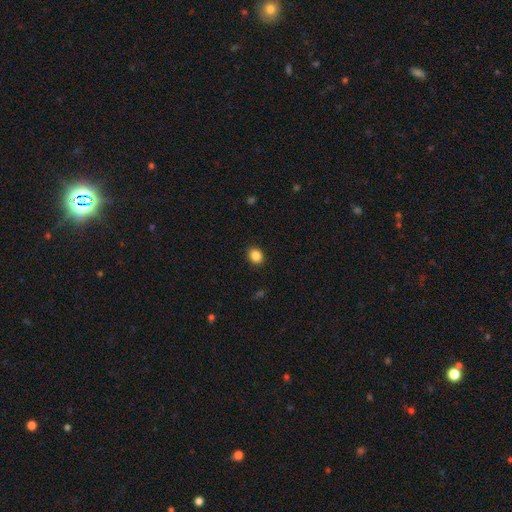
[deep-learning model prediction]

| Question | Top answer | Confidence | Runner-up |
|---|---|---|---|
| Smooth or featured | smooth | 87% | star or artifact (10%) |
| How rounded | round | 62% | in between (37%) |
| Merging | none | 90% | minor disturbance (7%) |